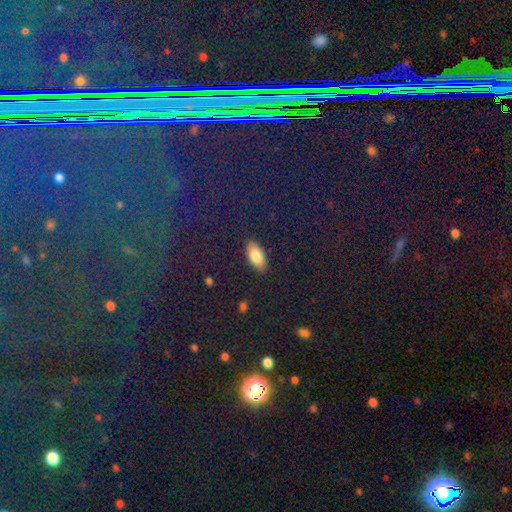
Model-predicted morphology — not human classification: Smooth or featured? Predicted: smooth (p=0.81). How rounded? Predicted: in between (p=0.90). Merging? Predicted: none (p=0.89).